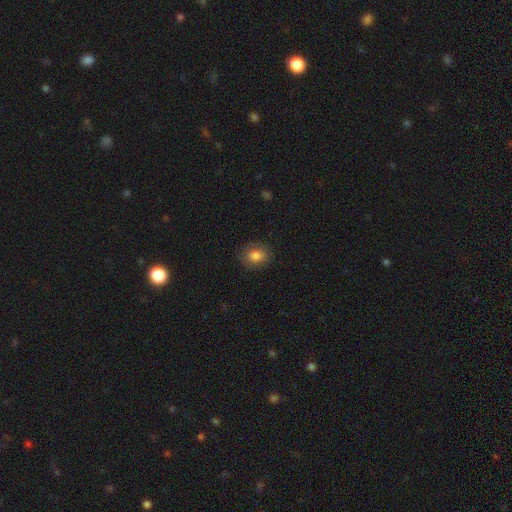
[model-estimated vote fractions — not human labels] smooth 83%, star or artifact 9%, featured or disk 8%. Down the decision tree: how rounded — in between (67%); merging — none (85%).